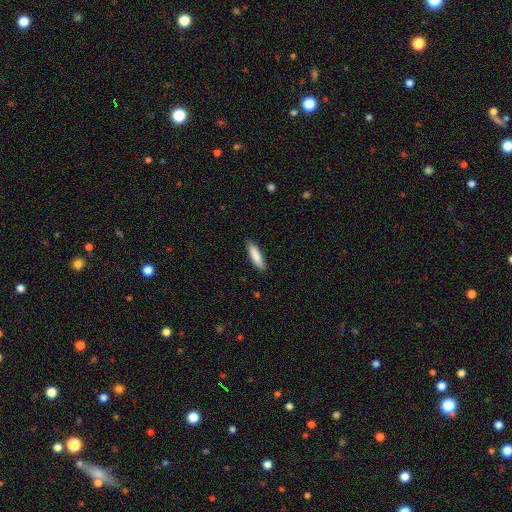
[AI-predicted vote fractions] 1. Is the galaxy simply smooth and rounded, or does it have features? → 86% smooth, 9% featured or disk, 5% star or artifact.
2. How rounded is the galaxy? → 69% cigar-shaped, 30% in between, 1% round.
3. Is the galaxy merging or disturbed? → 89% none, 8% minor disturbance, 2% major disturbance, 1% merger.